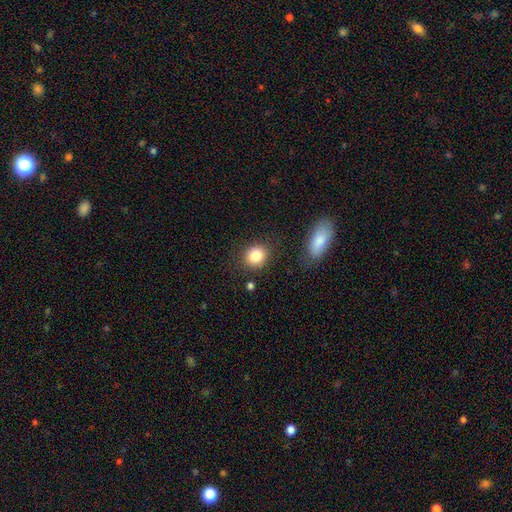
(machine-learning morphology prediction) Smooth or featured?
  - smooth: 84% *
  - star or artifact: 9%
  - featured or disk: 6%
How rounded?
  - round: 70% *
  - in between: 29%
  - cigar-shaped: 1%
Merging?
  - none: 83% *
  - minor disturbance: 10%
  - merger: 4%
  - major disturbance: 3%